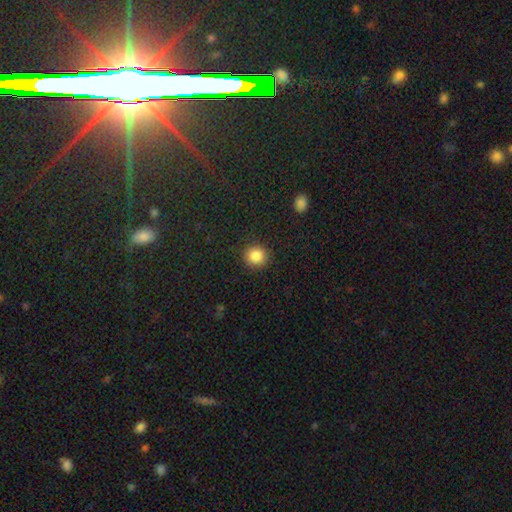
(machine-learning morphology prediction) A smooth galaxy with no disk features (86%) that is round (91%). Merging: none (90%).